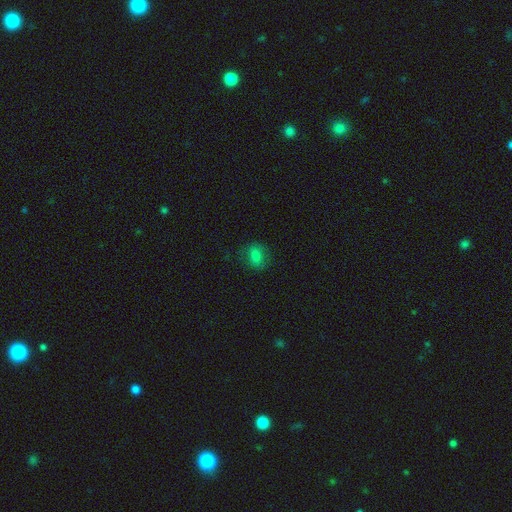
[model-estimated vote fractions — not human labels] Q: Smooth or featured?
A: smooth (78%); runner-up: star or artifact (12%)
Q: How rounded?
A: in between (60%); runner-up: round (38%)
Q: Merging?
A: none (77%); runner-up: minor disturbance (16%)